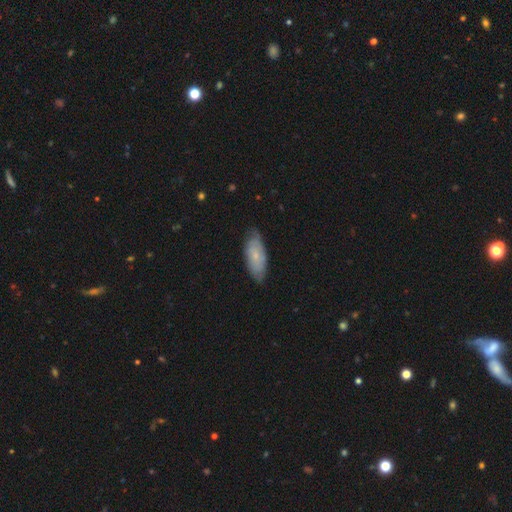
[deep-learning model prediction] Smooth or featured?
  - smooth: 56% *
  - featured or disk: 38%
  - star or artifact: 6%
How rounded?
  - in between: 80% *
  - cigar-shaped: 18%
  - round: 2%
Merging?
  - none: 74% *
  - minor disturbance: 21%
  - major disturbance: 4%
  - merger: 1%